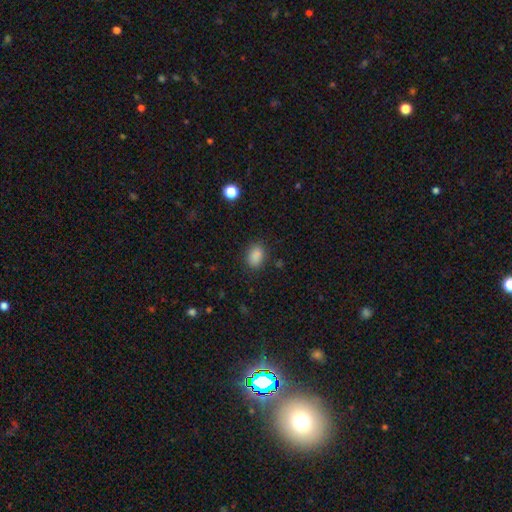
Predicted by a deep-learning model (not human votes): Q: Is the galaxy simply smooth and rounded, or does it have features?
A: smooth — 86%.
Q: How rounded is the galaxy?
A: in between — 78%.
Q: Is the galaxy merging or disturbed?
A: none — 83%.